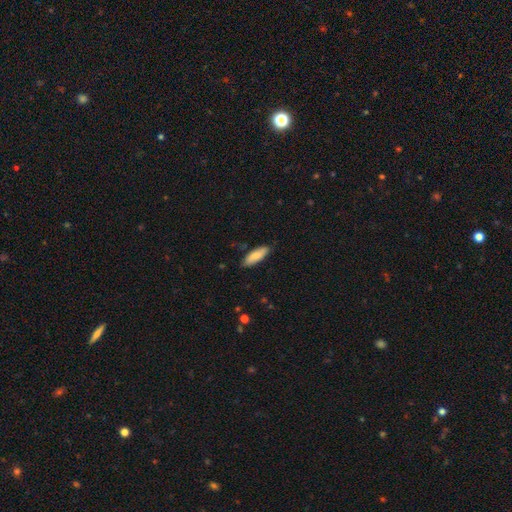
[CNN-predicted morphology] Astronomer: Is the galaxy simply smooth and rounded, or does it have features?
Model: smooth — 84%.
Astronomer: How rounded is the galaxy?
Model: in between — 61% (runner-up: cigar-shaped, 38%).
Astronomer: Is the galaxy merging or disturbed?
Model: none — 83%.